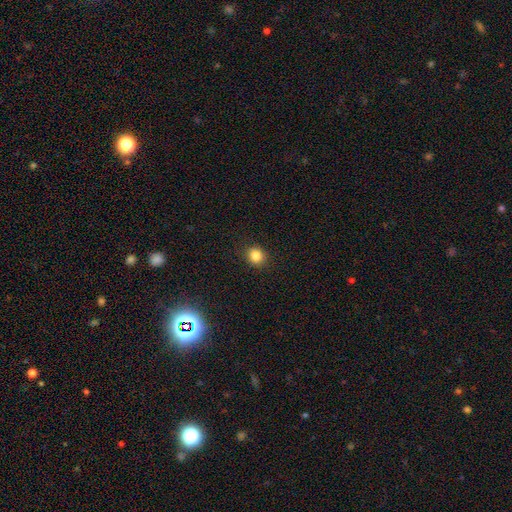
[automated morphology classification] Smooth or featured? smooth (84%)
How rounded? round (83%)
Merging? none (91%)